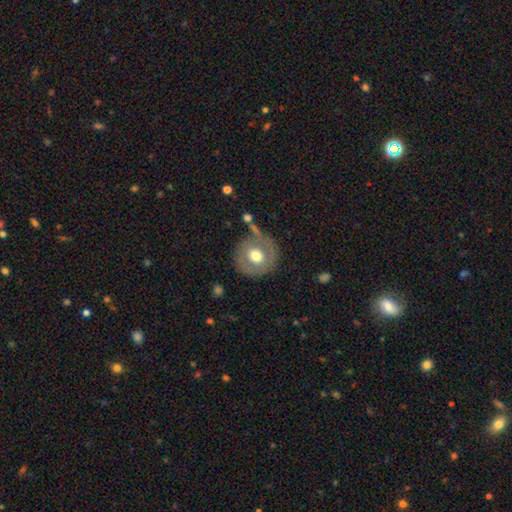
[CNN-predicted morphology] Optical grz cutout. It shows a smooth galaxy with no disk features (52%) that is round (92%). Merging: none (70%).